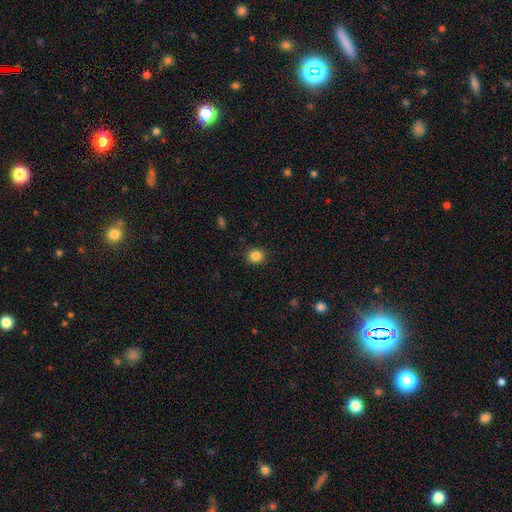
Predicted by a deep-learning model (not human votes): smooth-or-featured: smooth: 85% | star or artifact: 11% | featured or disk: 4%
  how-rounded: round: 80% | in between: 19% | cigar-shaped: 1%
  merging: none: 90% | minor disturbance: 7% | major disturbance: 2% | merger: 1%